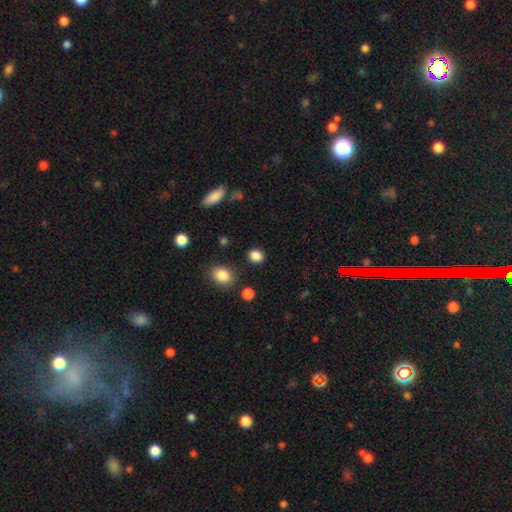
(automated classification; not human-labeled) The model was most divided on "how rounded": round: 61%, in between: 38%, cigar-shaped: 1%. More confident: merging — none (86%); smooth or featured — smooth (86%).